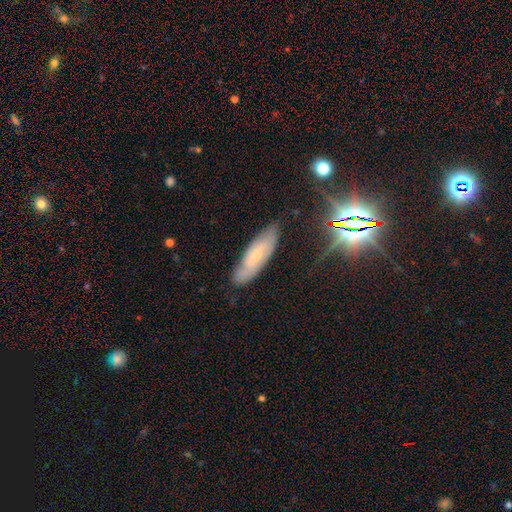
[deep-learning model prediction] featured or disk 48%, smooth 40%, star or artifact 12%. Down the decision tree: merging — none (78%).